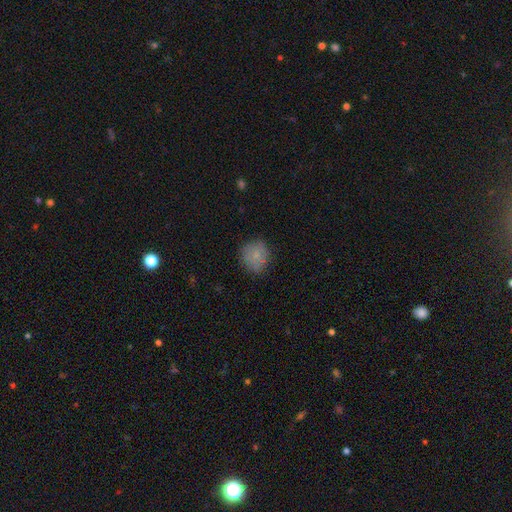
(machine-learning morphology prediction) type=smooth (80%); roundness=round (83%); merging=none (78%).